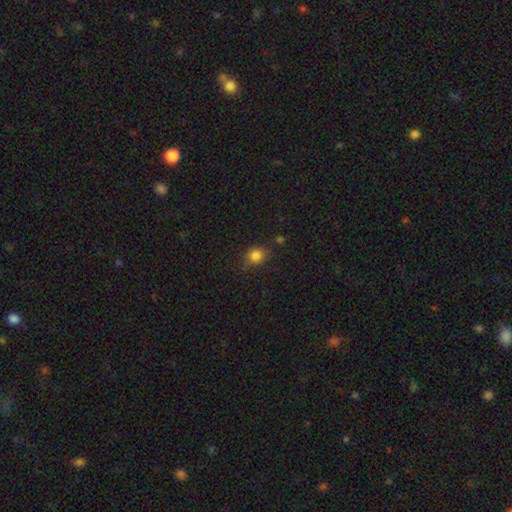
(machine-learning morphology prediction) smooth-or-featured: smooth: 81% | star or artifact: 13% | featured or disk: 6%
  how-rounded: round: 70% | in between: 29% | cigar-shaped: 1%
  merging: none: 67% | minor disturbance: 23% | major disturbance: 6% | merger: 3%